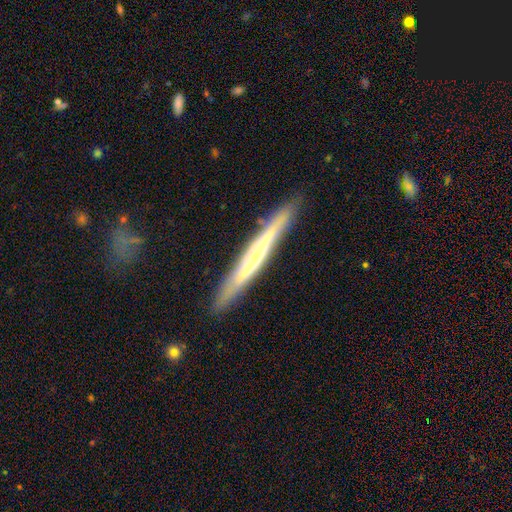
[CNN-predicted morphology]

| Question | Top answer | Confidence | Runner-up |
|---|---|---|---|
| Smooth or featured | featured or disk | 51% | smooth (44%) |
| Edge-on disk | yes | 94% | no (6%) |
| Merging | none | 89% | minor disturbance (9%) |